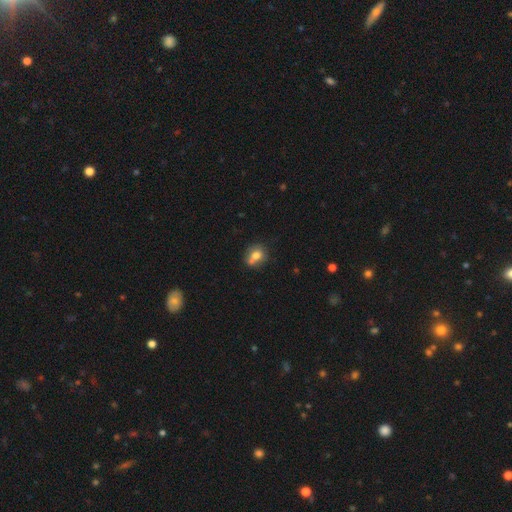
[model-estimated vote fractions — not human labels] This appears to be a smooth galaxy with no disk features (73%) that is round (64%). Merging: none (46%).